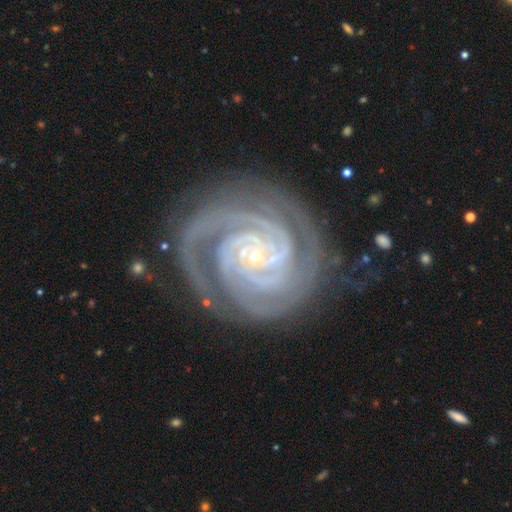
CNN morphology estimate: Smooth or featured? Predicted: featured or disk (p=0.93). Edge-on disk? Predicted: no (p=0.98). Bar? Predicted: no (p=0.59). Spiral arms? Predicted: yes (p=0.99). Spiral winding? Predicted: tight (p=0.84). Spiral arm count? Predicted: 3 (p=0.32). Bulge size? Predicted: small (p=0.88). Merging? Predicted: none (p=0.79).